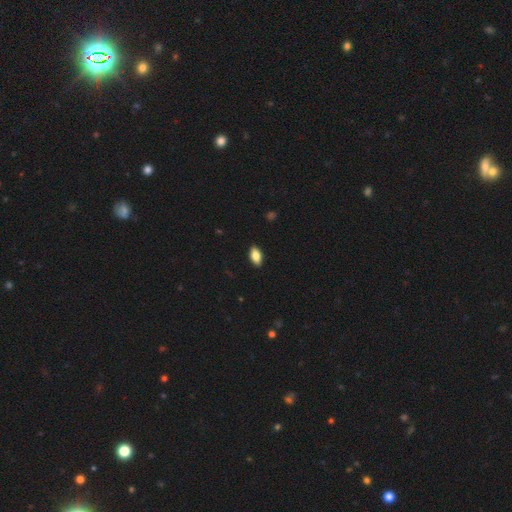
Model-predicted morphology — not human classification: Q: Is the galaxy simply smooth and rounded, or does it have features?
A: smooth — 80%.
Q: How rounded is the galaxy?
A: in between — 91%.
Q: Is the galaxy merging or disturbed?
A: none — 89%.